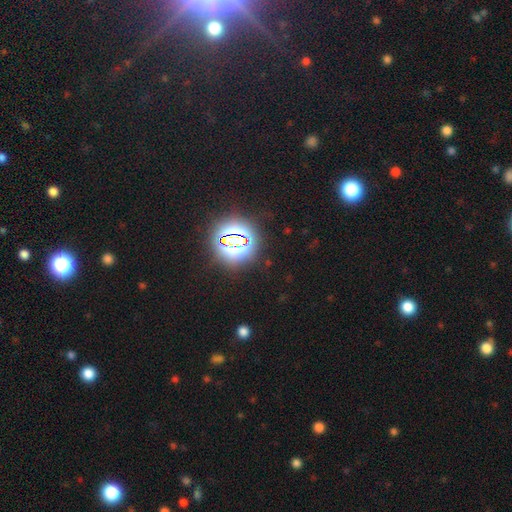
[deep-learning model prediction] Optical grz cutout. It shows a star or artifact, not a galaxy (79%).